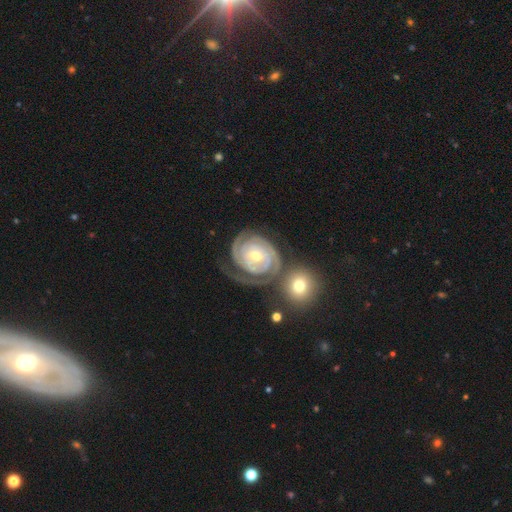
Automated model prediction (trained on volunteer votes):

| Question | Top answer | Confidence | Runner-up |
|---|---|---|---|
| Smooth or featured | featured or disk | 92% | smooth (4%) |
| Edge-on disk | no | 97% | yes (3%) |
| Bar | no | 59% | weak (29%) |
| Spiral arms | yes | 98% | no (2%) |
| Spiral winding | tight | 85% | medium (13%) |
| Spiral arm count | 2 | 53% | 3 (20%) |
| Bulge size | moderate | 56% | small (40%) |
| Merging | none | 60% | minor disturbance (17%) |